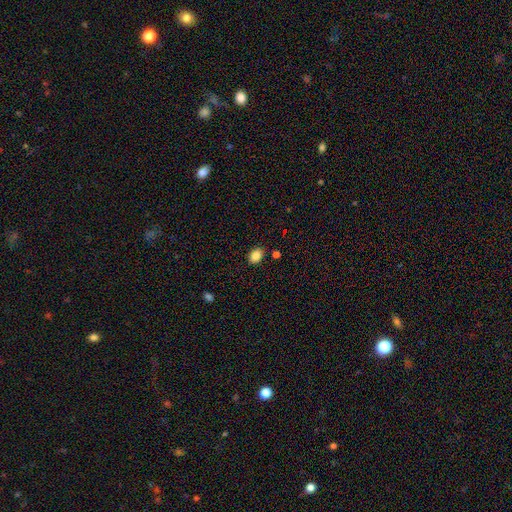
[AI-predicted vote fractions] Q: Smooth or featured?
A: smooth (85%); runner-up: star or artifact (9%)
Q: How rounded?
A: in between (73%); runner-up: round (26%)
Q: Merging?
A: none (85%); runner-up: minor disturbance (10%)